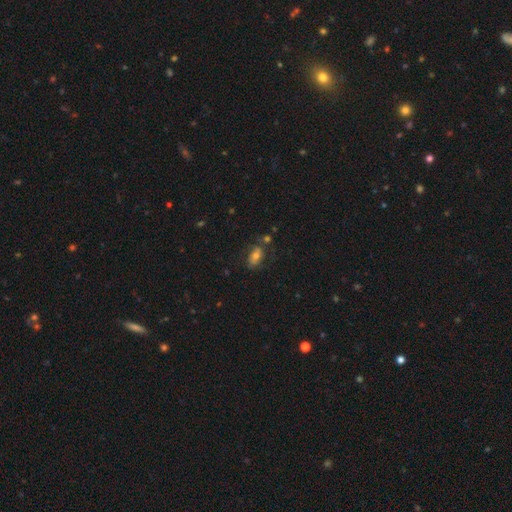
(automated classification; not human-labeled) The model was most divided on "smooth or featured": smooth: 62%, featured or disk: 26%, star or artifact: 13%. More confident: how rounded — in between (86%); merging — none (64%).